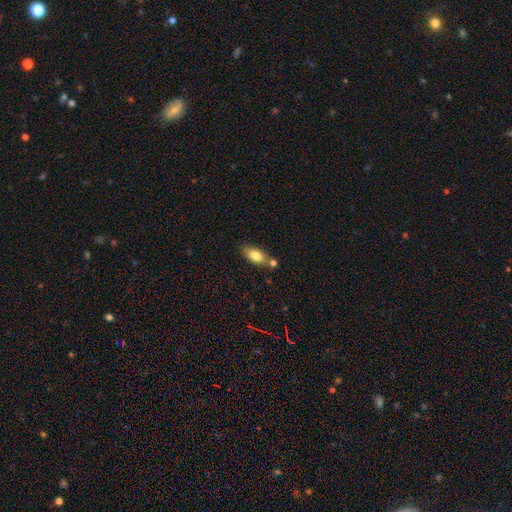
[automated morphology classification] Smooth or featured: smooth — 78% (featured or disk — 15%)
How rounded: in between — 83% (cigar-shaped — 13%)
Merging: none — 60% (merger — 21%)